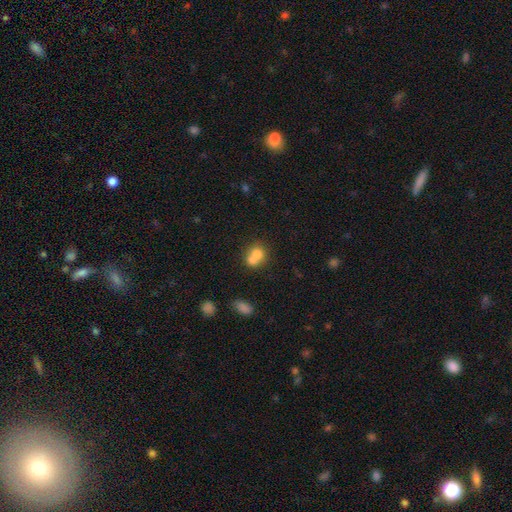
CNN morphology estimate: A smooth galaxy with no disk features (70%) that is round (70%). Merging: merger (62%).